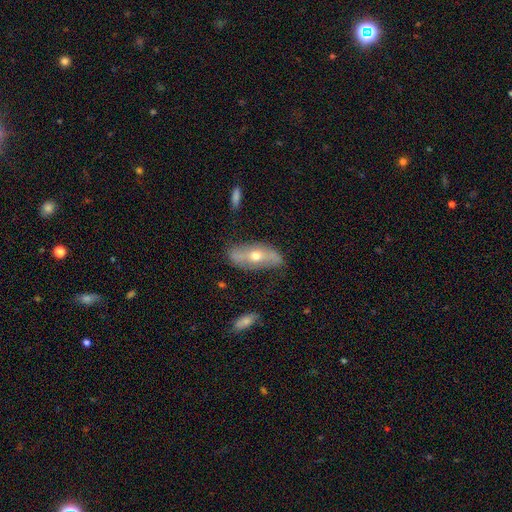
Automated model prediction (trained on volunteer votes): Morphology: type=featured or disk (63%); edge-on=no (71%); merging=none (73%).